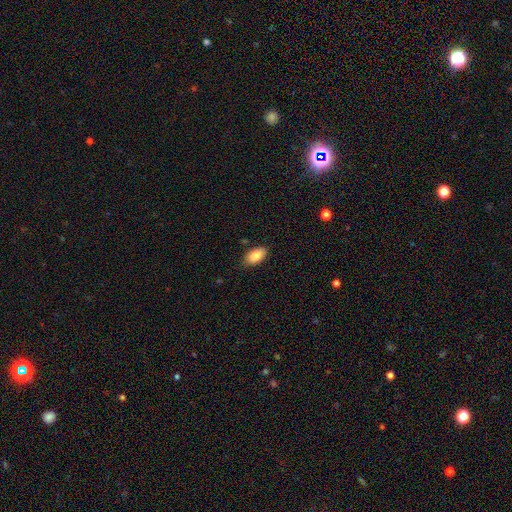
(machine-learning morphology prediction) Q: Smooth or featured?
A: smooth (86%); runner-up: star or artifact (7%)
Q: How rounded?
A: in between (93%); runner-up: round (4%)
Q: Merging?
A: none (82%); runner-up: minor disturbance (14%)